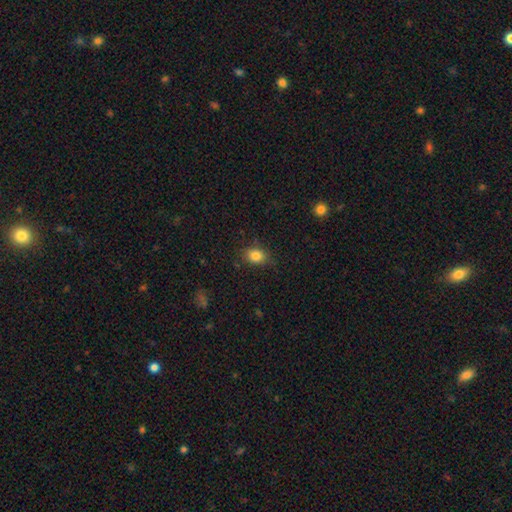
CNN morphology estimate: A smooth galaxy with no disk features (84%) that is in between round and cigar-shaped (65%). Merging: none (80%).